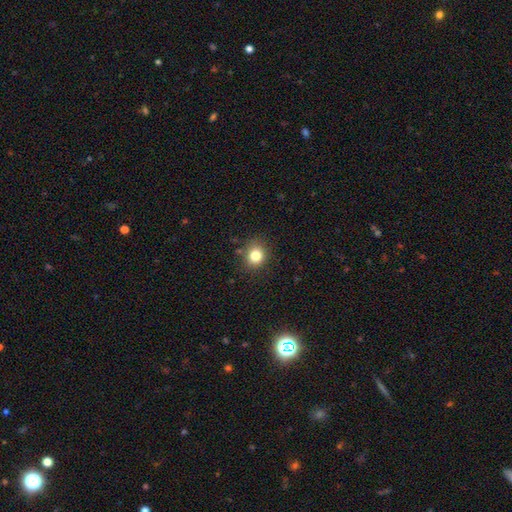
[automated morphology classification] Smooth or featured: smooth — 82% (star or artifact — 12%)
How rounded: round — 77% (in between — 23%)
Merging: none — 84% (minor disturbance — 11%)